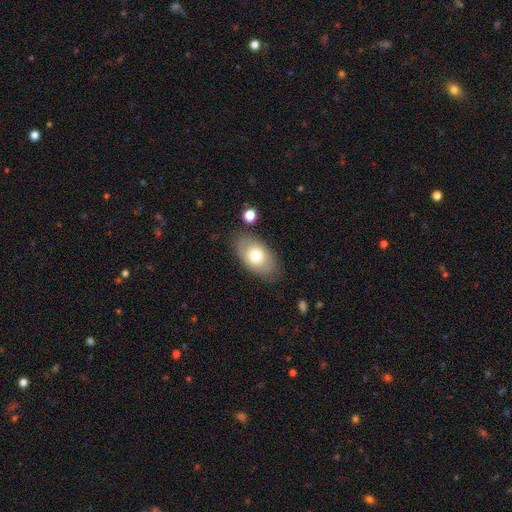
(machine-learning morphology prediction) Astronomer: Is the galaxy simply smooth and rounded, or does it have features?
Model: smooth — 68%.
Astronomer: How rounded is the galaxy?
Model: in between — 91%.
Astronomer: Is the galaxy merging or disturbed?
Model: none — 77%.